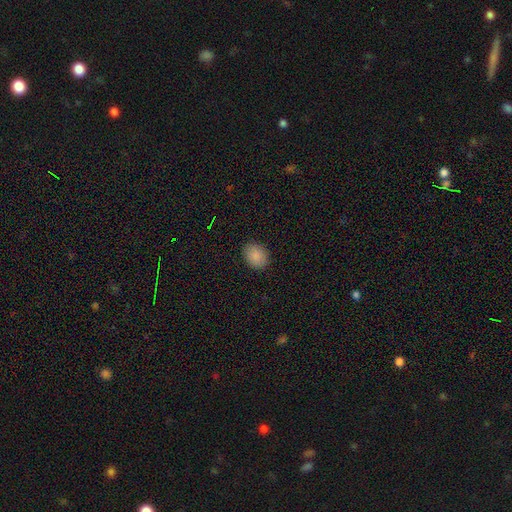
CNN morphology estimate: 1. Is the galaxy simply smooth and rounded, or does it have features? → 88% smooth, 8% star or artifact, 4% featured or disk.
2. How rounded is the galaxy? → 56% in between, 43% round, 1% cigar-shaped.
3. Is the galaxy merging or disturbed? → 88% none, 9% minor disturbance, 2% major disturbance, 1% merger.